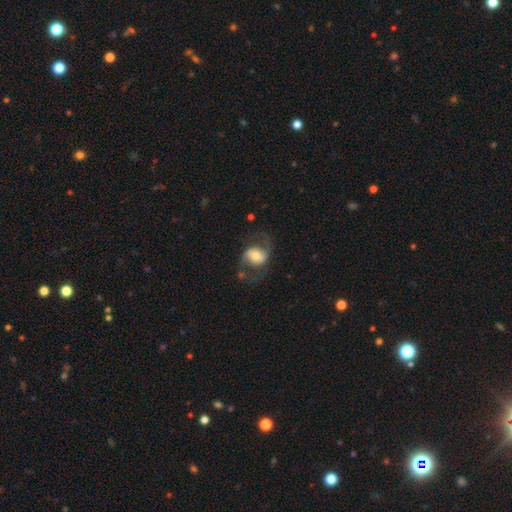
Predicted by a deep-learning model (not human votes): Smooth or featured: featured or disk — 68% (smooth — 26%)
Edge-on disk: no — 96% (yes — 4%)
Bar: no — 46% (weak — 34%)
Spiral arms: yes — 82% (no — 18%)
Spiral winding: medium — 47% (loose — 42%)
Spiral arm count: 2 — 90% (can't tell — 5%)
Bulge size: moderate — 54% (small — 23%)
Merging: none — 65% (major disturbance — 17%)